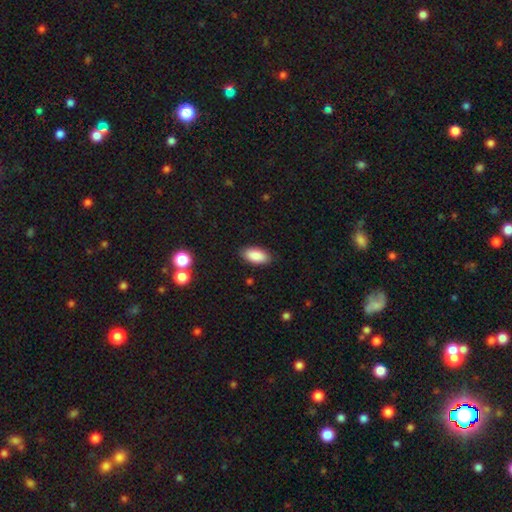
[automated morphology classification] Q: Smooth or featured?
A: smooth (89%); runner-up: star or artifact (7%)
Q: How rounded?
A: in between (92%); runner-up: cigar-shaped (6%)
Q: Merging?
A: none (87%); runner-up: minor disturbance (10%)